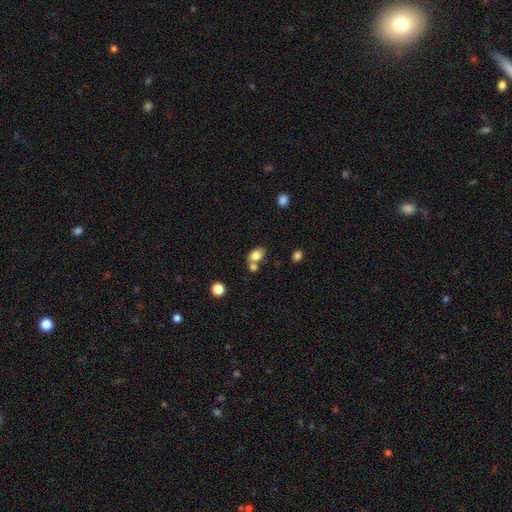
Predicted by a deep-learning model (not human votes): This appears to be a smooth galaxy with no disk features (82%) that is in between round and cigar-shaped (76%). Merging: none (46%).